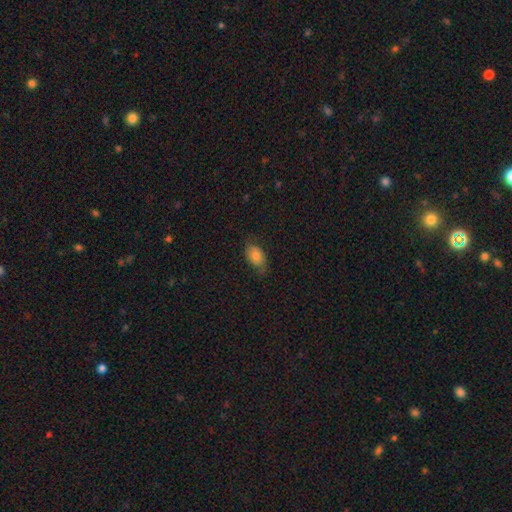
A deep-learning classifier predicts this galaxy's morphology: A smooth galaxy with no disk features (74%) that is in between round and cigar-shaped (89%).

Vote fractions:
- Smooth or featured? smooth: 74% / featured or disk: 18% / star or artifact: 8%
- How rounded? in between: 89% / round: 9% / cigar-shaped: 2%
- Merging? none: 68% / minor disturbance: 25% / major disturbance: 7% / merger: 1%